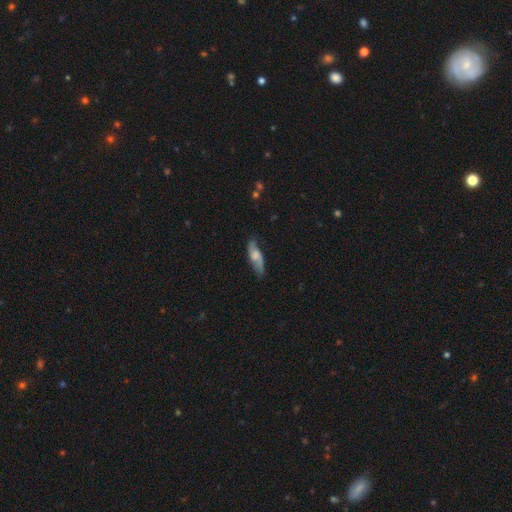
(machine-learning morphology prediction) A featured or disk galaxy (56%).

Vote fractions:
- Smooth or featured? featured or disk: 56% / smooth: 38% / star or artifact: 7%
- Edge-on disk? no: 79% / yes: 21%
- Merging? none: 71% / minor disturbance: 21% / major disturbance: 6% / merger: 2%